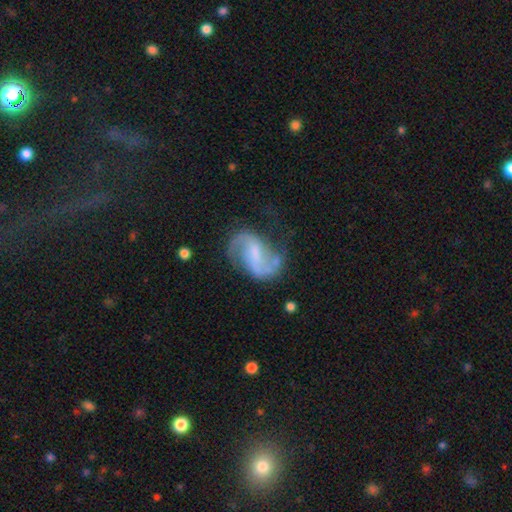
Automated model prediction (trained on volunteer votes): Smooth or featured? featured or disk (86%)
Edge-on disk? no (98%)
Bar? weak (51%)
Spiral arms? yes (96%)
Spiral winding? medium (46%)
Spiral arm count? 2 (91%)
Bulge size? none (36%)
Merging? none (65%)